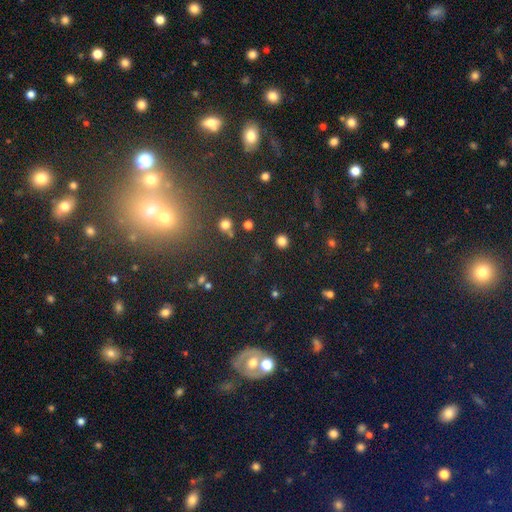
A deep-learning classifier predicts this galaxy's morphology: smooth-or-featured: star or artifact: 55% | smooth: 33% | featured or disk: 13%